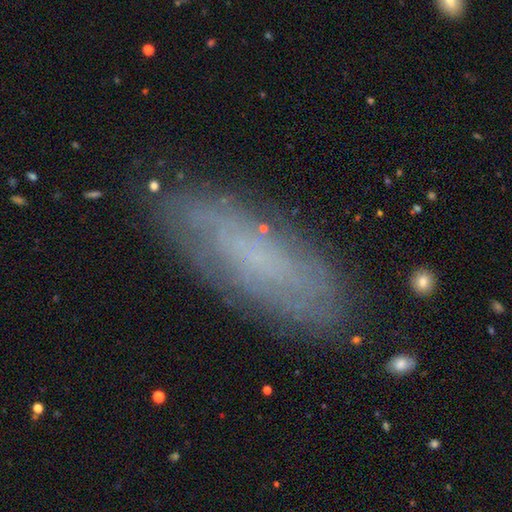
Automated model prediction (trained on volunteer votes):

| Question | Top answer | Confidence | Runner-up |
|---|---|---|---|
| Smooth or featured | smooth | 47% | featured or disk (42%) |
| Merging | none | 81% | minor disturbance (14%) |